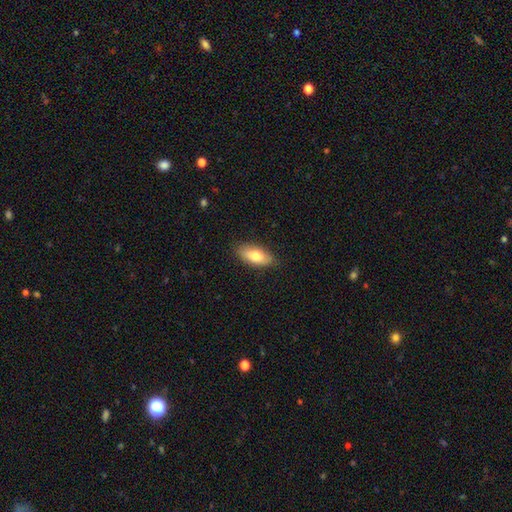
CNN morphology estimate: Q: Smooth or featured?
A: smooth (75%); runner-up: featured or disk (19%)
Q: How rounded?
A: in between (83%); runner-up: cigar-shaped (14%)
Q: Merging?
A: none (85%); runner-up: minor disturbance (12%)